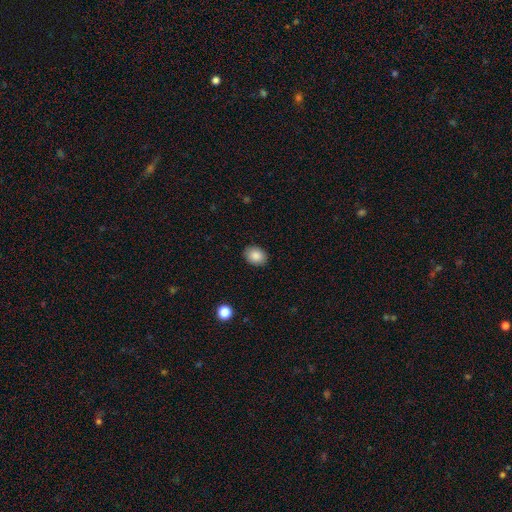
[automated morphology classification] The model was most divided on "how rounded": in between: 57%, round: 42%, cigar-shaped: 1%. More confident: merging — none (89%); smooth or featured — smooth (87%).